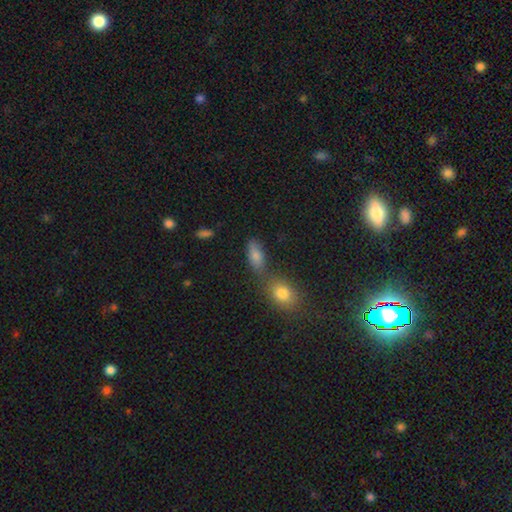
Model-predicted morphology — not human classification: smooth 80%, star or artifact 11%, featured or disk 9%. Down the decision tree: how rounded — in between (82%); merging — none (51%).